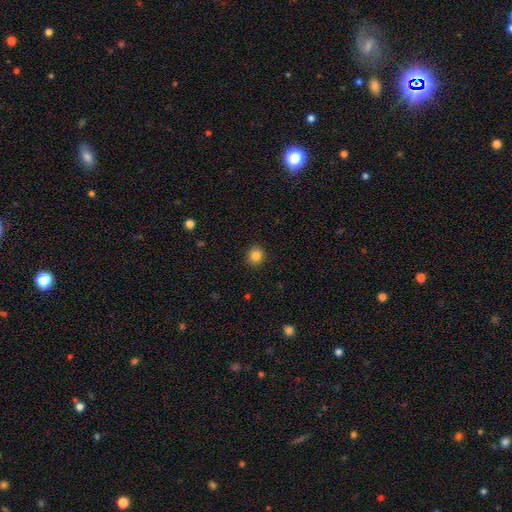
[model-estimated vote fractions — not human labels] A smooth galaxy with no disk features (85%) that is round (89%). Merging: none (92%).